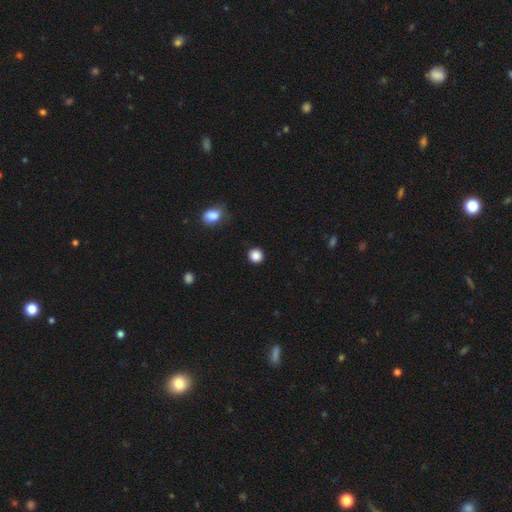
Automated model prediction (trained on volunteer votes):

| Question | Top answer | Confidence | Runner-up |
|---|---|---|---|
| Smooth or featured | smooth | 87% | star or artifact (10%) |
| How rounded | round | 93% | in between (6%) |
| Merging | none | 91% | minor disturbance (6%) |